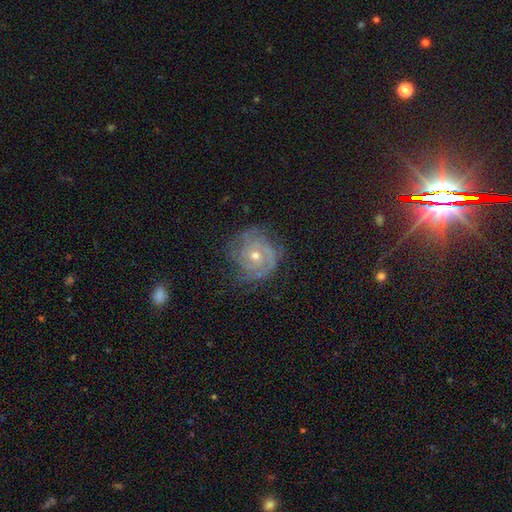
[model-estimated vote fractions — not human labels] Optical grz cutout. It shows a featured or disk galaxy (83%) with no bar (80%), can't tell (28%, tied with 3) tight (73%) spiral arms (95%) and a moderate central bulge (55%). Merging: none (73%).